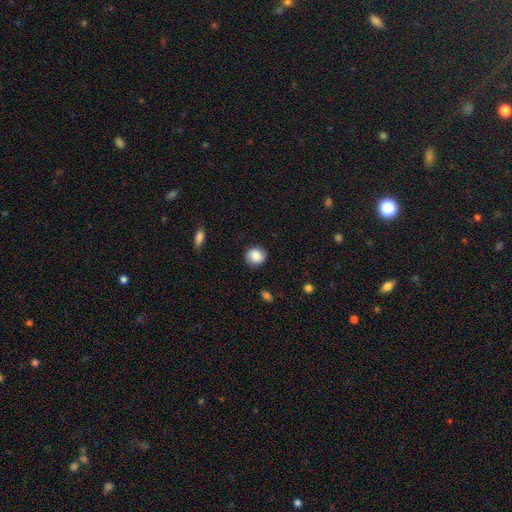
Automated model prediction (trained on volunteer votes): This is clearly a smooth galaxy (85%). How rounded: clearly round (86%). Merging: clearly none (84%).